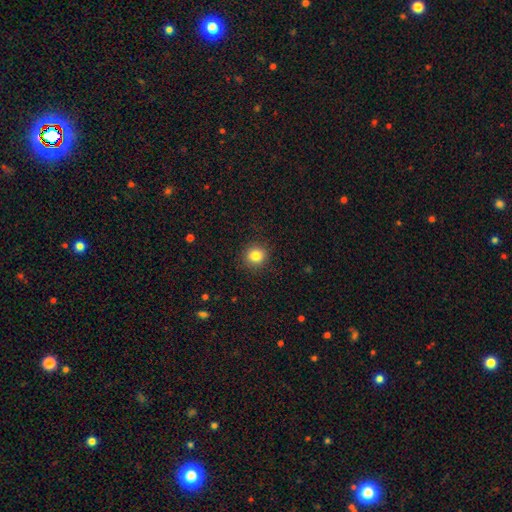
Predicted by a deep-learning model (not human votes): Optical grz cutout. It shows a smooth galaxy with no disk features (84%) that is round (92%). Merging: none (91%).